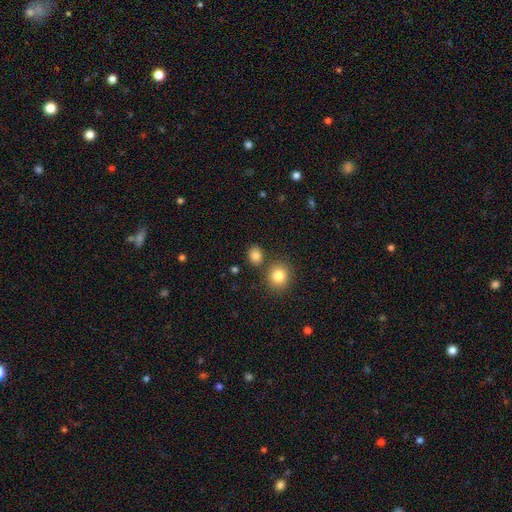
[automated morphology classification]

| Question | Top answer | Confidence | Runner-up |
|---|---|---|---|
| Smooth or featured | smooth | 83% | star or artifact (11%) |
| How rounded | round | 61% | in between (38%) |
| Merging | none | 76% | merger (12%) |